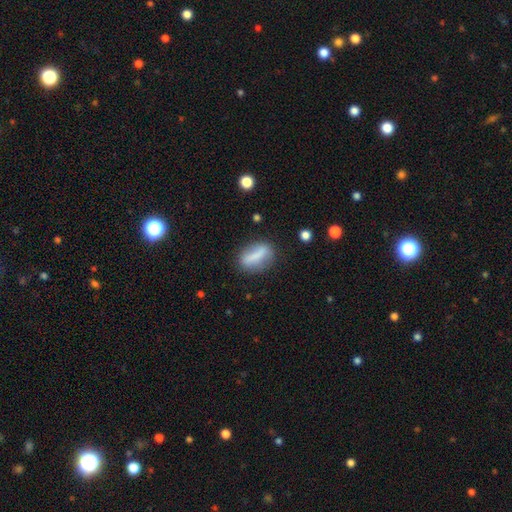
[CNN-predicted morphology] Smooth or featured: smooth — 67% (featured or disk — 25%)
How rounded: in between — 65% (cigar-shaped — 26%)
Merging: none — 75% (minor disturbance — 16%)